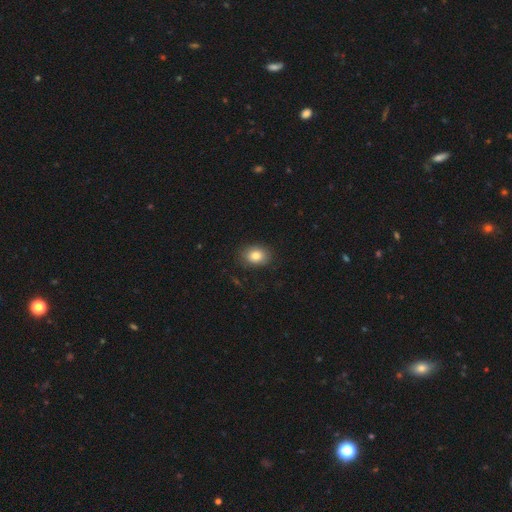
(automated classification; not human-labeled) Overall: smooth (82%). How rounded: in between (62%; round 37%). Merging: none (83%).